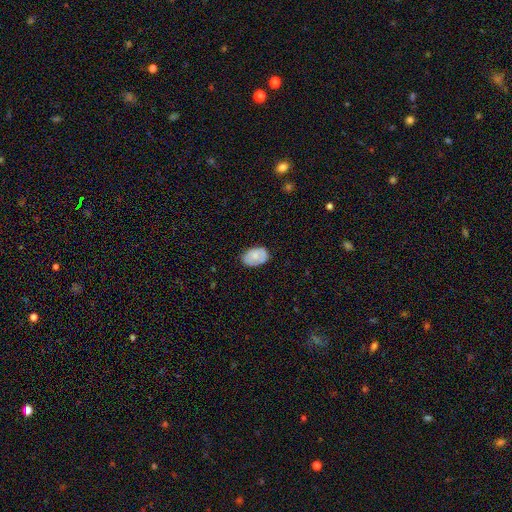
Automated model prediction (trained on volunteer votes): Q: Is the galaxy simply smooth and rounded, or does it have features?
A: smooth — 73%.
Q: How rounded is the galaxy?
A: in between — 87%.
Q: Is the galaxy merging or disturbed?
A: none — 77%.